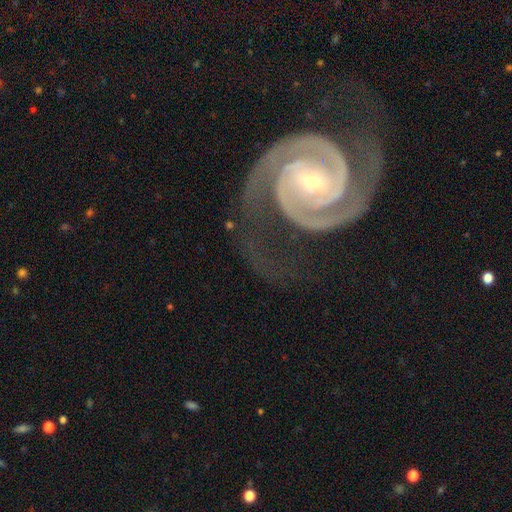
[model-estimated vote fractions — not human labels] smooth-or-featured: featured or disk: 94% | star or artifact: 4% | smooth: 2%
  disk-edge-on: no: 98% | yes: 2%
    bar: no: 44% | weak: 29% | strong: 26%
    has-spiral-arms: yes: 99% | no: 1%
      spiral-winding: tight: 71% | medium: 25% | loose: 3%
      spiral-arm-count: 2: 91% | 3: 3% | can't tell: 2% | 4: 1% | 1: 1% | more than 4: 1%
    bulge-size: small: 63% | moderate: 34% | large: 1% | none: 1% | dominant: 1%
  merging: none: 73% | minor disturbance: 16% | major disturbance: 9% | merger: 2%